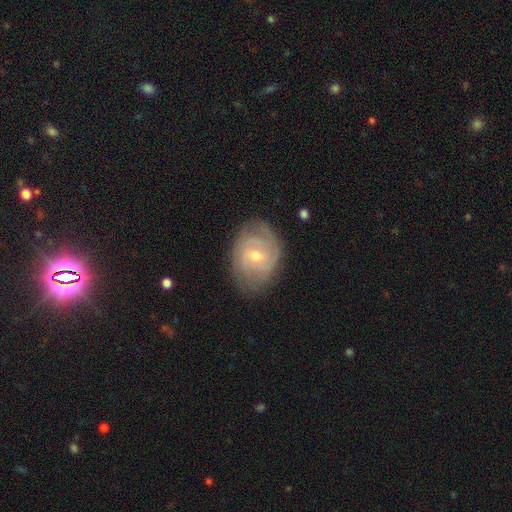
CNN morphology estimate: A featured or disk galaxy (81%) with a weak bar (46%, tied with no), tight (65%) spiral arms (94%) and a small central bulge (54%). Merging: none (78%).